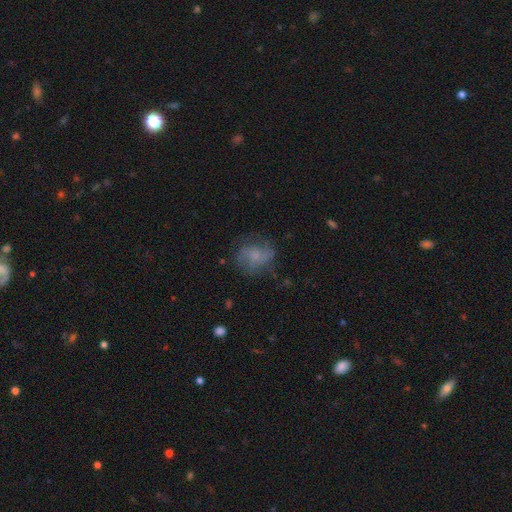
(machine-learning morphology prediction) This is possibly a smooth galaxy (49%). Merging: possibly none (57%).